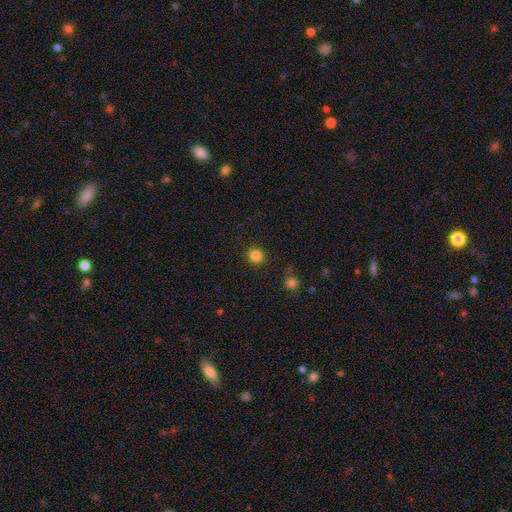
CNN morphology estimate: smooth-or-featured: smooth: 84% | star or artifact: 12% | featured or disk: 4%
  how-rounded: round: 91% | in between: 8% | cigar-shaped: 1%
  merging: none: 90% | minor disturbance: 6% | major disturbance: 2% | merger: 2%